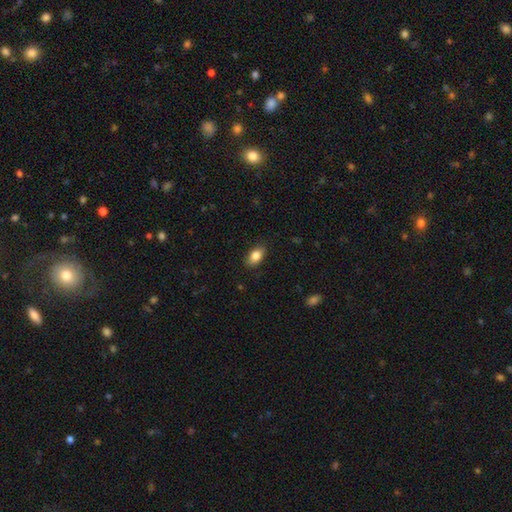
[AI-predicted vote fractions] Q: Smooth or featured?
A: smooth (85%); runner-up: star or artifact (8%)
Q: How rounded?
A: in between (89%); runner-up: round (8%)
Q: Merging?
A: none (86%); runner-up: minor disturbance (11%)